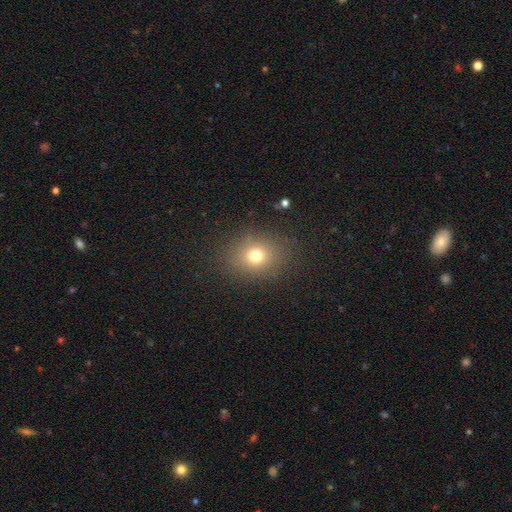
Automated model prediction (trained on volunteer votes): Overall: smooth (73%). How rounded: round (60%; in between 39%). Merging: none (85%).